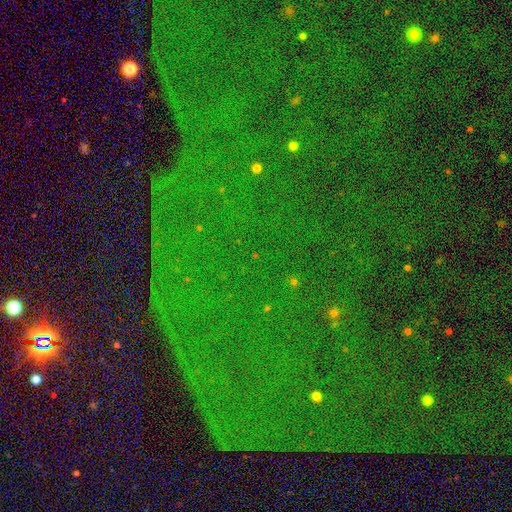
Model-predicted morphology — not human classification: star or artifact 78%, smooth 14%, featured or disk 8%.